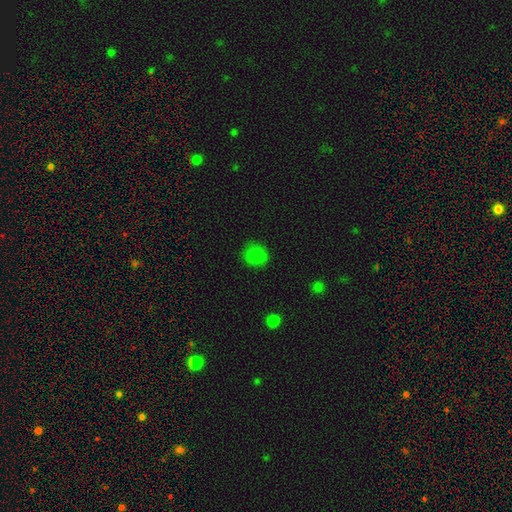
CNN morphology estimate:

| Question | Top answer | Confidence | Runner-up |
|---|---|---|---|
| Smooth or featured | smooth | 81% | star or artifact (14%) |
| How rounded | round | 86% | in between (13%) |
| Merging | none | 85% | minor disturbance (11%) |